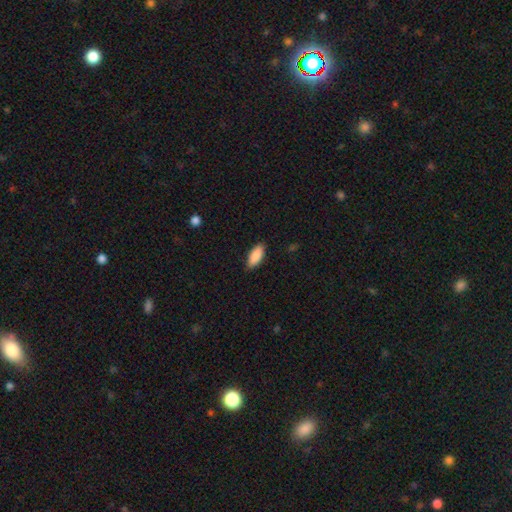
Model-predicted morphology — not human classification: type=smooth (88%); roundness=in between (85%); merging=none (86%).